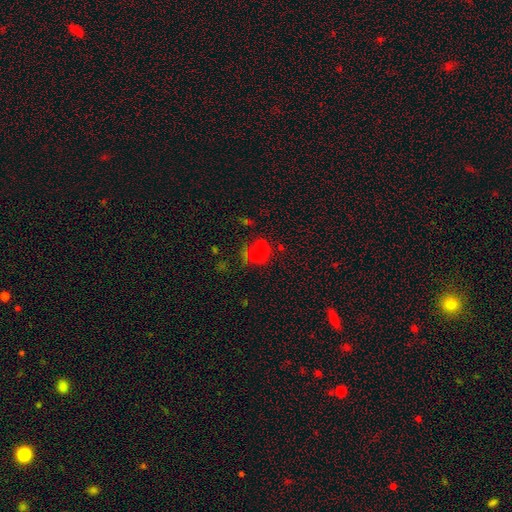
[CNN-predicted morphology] Smooth or featured? Predicted: smooth (p=0.49). Merging? Predicted: merger (p=0.50).